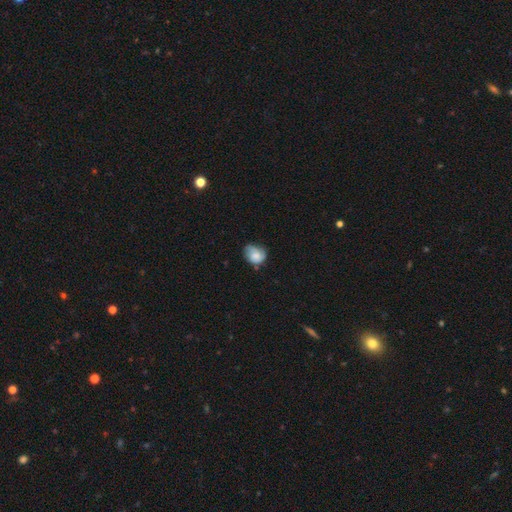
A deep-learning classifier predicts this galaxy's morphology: Smooth or featured? Predicted: smooth (p=0.68). How rounded? Predicted: round (p=0.53). Merging? Predicted: none (p=0.47).